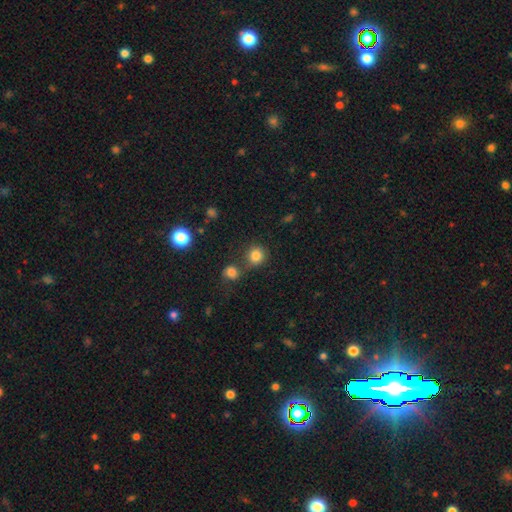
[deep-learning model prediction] A smooth galaxy with no disk features (83%) that is round (89%).

Vote fractions:
- Smooth or featured? smooth: 83% / star or artifact: 12% / featured or disk: 5%
- How rounded? round: 89% / in between: 10% / cigar-shaped: 1%
- Merging? none: 66% / merger: 21% / minor disturbance: 9% / major disturbance: 4%